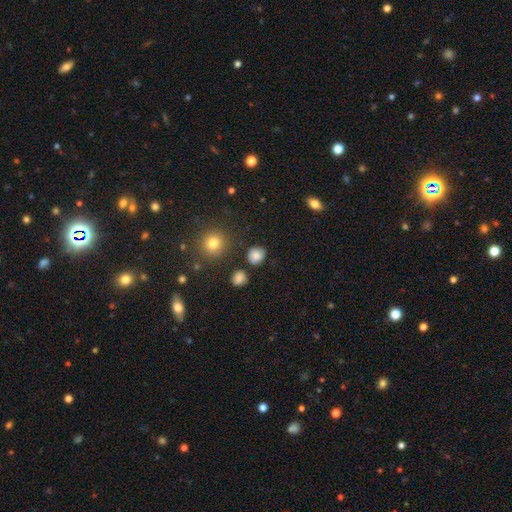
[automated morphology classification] A smooth galaxy with no disk features (83%) that is round (79%).

Vote fractions:
- Smooth or featured? smooth: 83% / star or artifact: 12% / featured or disk: 5%
- How rounded? round: 79% / in between: 20% / cigar-shaped: 1%
- Merging? none: 81% / minor disturbance: 11% / merger: 4% / major disturbance: 3%